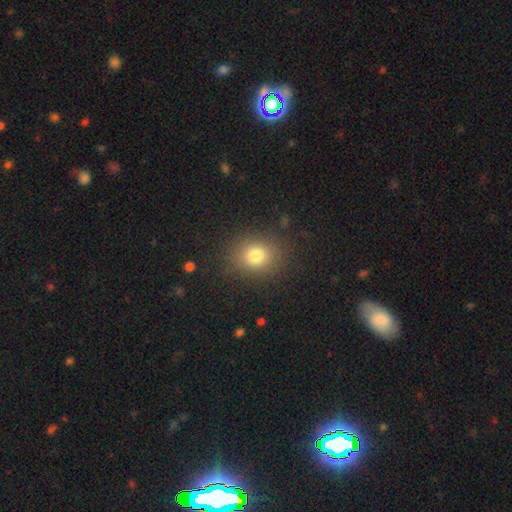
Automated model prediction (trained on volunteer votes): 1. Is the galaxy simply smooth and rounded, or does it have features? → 78% smooth, 14% star or artifact, 8% featured or disk.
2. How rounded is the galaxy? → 63% round, 36% in between, 1% cigar-shaped.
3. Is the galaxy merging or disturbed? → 85% none, 9% minor disturbance, 4% major disturbance, 1% merger.